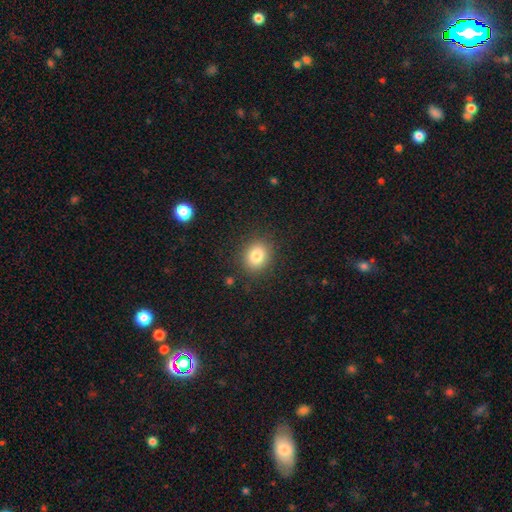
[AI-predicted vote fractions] The model was most divided on "how rounded": round: 67%, in between: 32%, cigar-shaped: 1%. More confident: merging — none (89%); smooth or featured — smooth (82%).